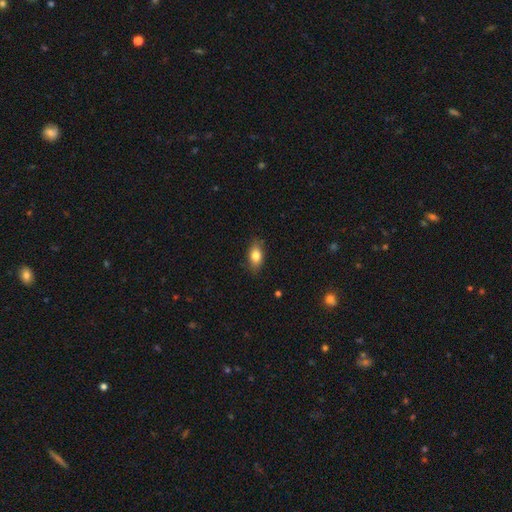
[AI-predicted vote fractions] Q: Smooth or featured?
A: smooth (79%); runner-up: featured or disk (13%)
Q: How rounded?
A: in between (85%); runner-up: round (8%)
Q: Merging?
A: none (82%); runner-up: minor disturbance (14%)